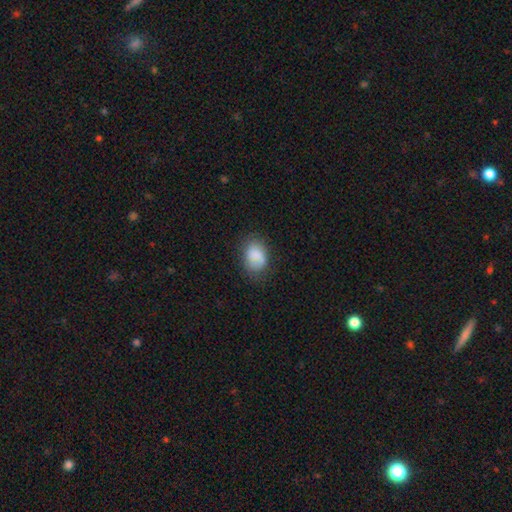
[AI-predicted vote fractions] Morphology: type=smooth (81%); roundness=in between (69%); merging=none (67%).